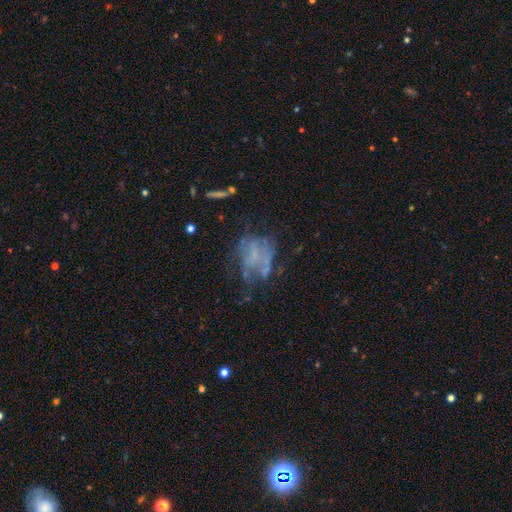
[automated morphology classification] The model was most divided on "merging": none: 37%, major disturbance: 34%, minor disturbance: 21%, merger: 8%. More confident: edge-on disk — no (98%); bar — no (84%); spiral arms — no (81%); bulge size — none (74%); smooth or featured — featured or disk (58%).